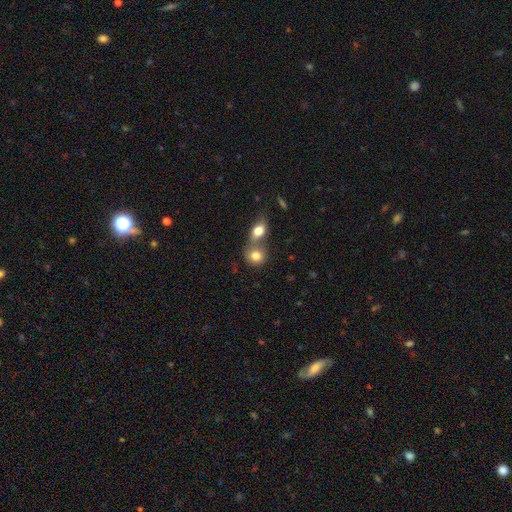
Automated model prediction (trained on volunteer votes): The model was most divided on "merging": merger: 58%, none: 32%, minor disturbance: 7%, major disturbance: 3%. More confident: smooth or featured — smooth (81%); how rounded — round (69%).